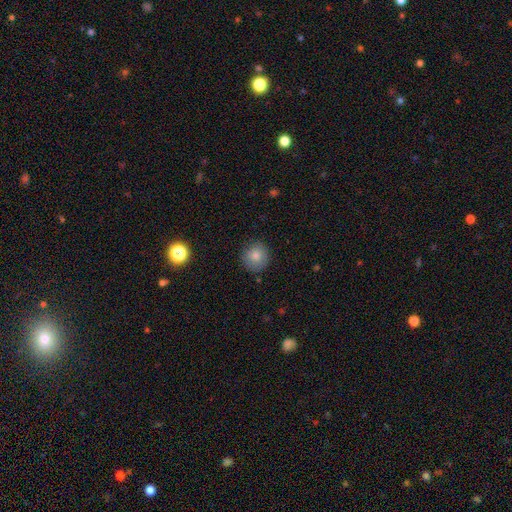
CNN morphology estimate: Q: Smooth or featured?
A: smooth (83%); runner-up: star or artifact (10%)
Q: How rounded?
A: round (92%); runner-up: in between (7%)
Q: Merging?
A: none (85%); runner-up: minor disturbance (11%)